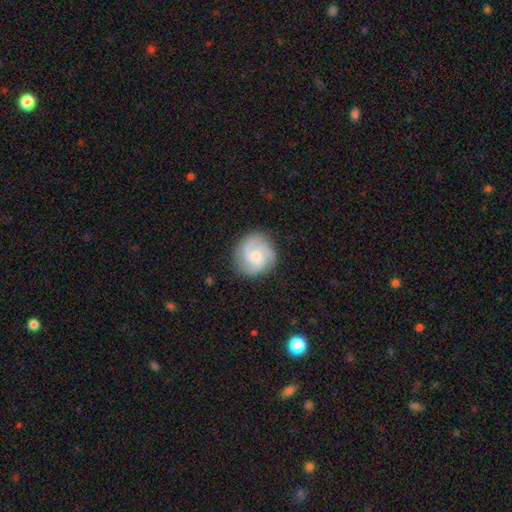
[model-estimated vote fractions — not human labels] Morphology: type=featured or disk (85%); edge-on=no (98%); bar=no (69%); spiral arms=yes (98%); winding=tight (47%); arm count=3 (75%); bulge=small (51%); merging=none (83%).